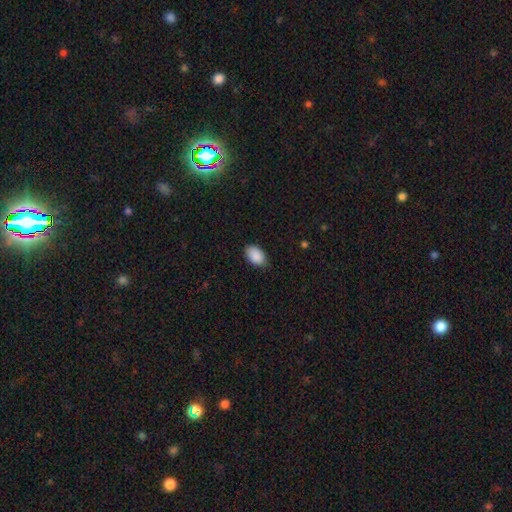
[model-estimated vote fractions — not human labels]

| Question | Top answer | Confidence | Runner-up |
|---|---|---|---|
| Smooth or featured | smooth | 89% | star or artifact (7%) |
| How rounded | in between | 91% | round (7%) |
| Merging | none | 81% | minor disturbance (16%) |